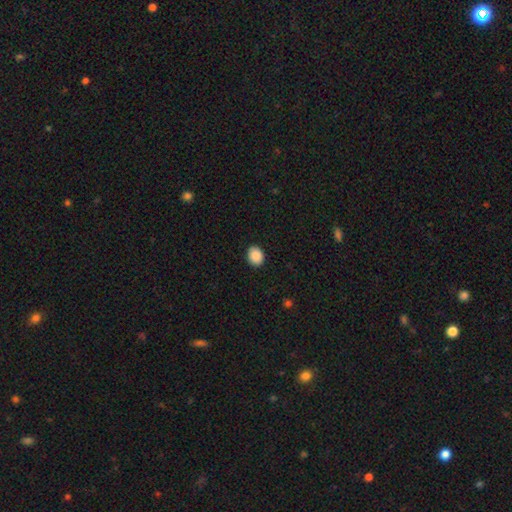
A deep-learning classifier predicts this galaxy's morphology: Smooth or featured: smooth — 89% (star or artifact — 8%)
How rounded: round — 53% (in between — 46%)
Merging: none — 89% (minor disturbance — 8%)